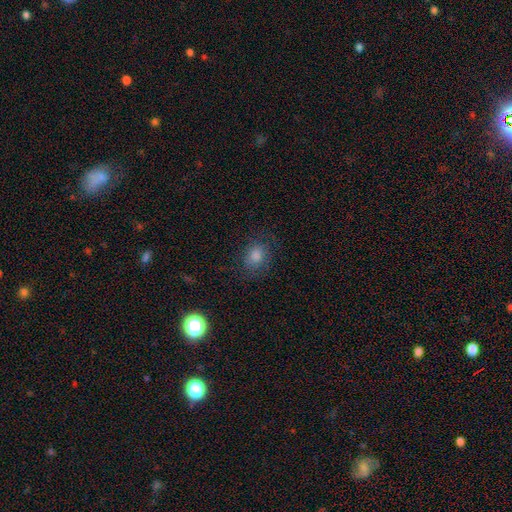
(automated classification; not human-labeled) This is likely a smooth galaxy (71%). How rounded: likely round (61%). Merging: likely none (77%).